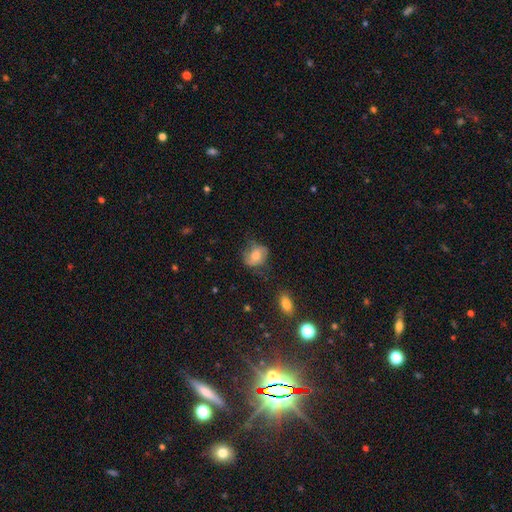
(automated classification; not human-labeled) Smooth or featured? smooth (59%)
How rounded? round (51%)
Merging? none (58%)